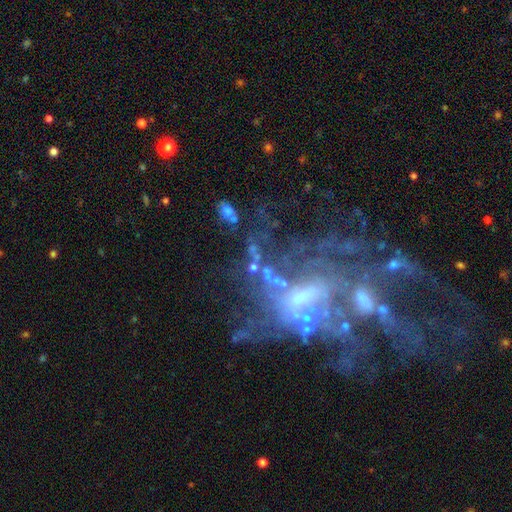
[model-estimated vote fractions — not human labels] featured or disk 70%, star or artifact 22%, smooth 8%. Down the decision tree: edge-on disk — no (96%); bar — no (53%); spiral arms — yes (56%); bulge size — small (40%); merging — major disturbance (39%).